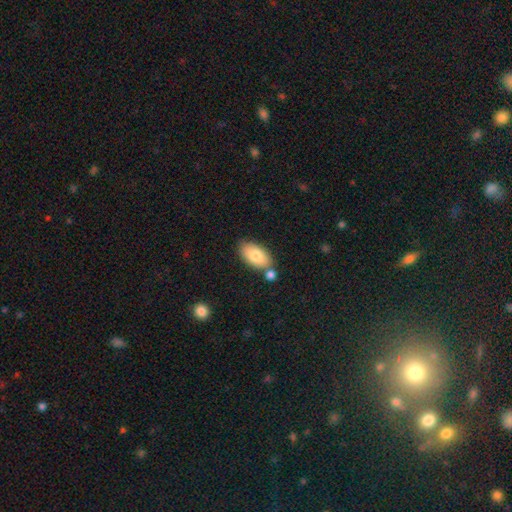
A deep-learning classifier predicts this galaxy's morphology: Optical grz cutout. It shows a smooth galaxy with no disk features (80%) that is in between round and cigar-shaped (94%). Merging: none (68%).